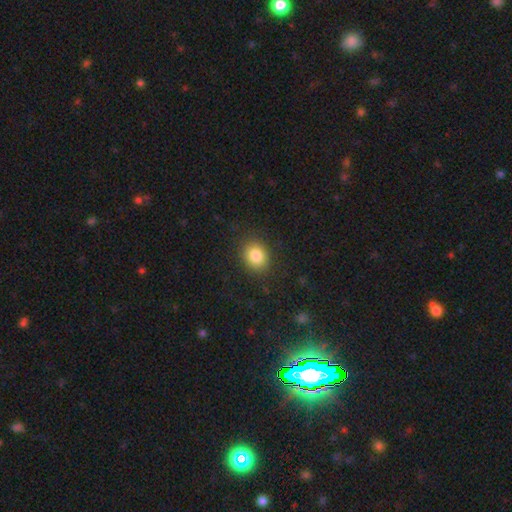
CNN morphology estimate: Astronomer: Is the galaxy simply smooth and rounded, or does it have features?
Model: smooth — 85%.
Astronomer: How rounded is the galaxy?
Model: round — 60% (runner-up: in between, 39%).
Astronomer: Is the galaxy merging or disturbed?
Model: none — 86%.